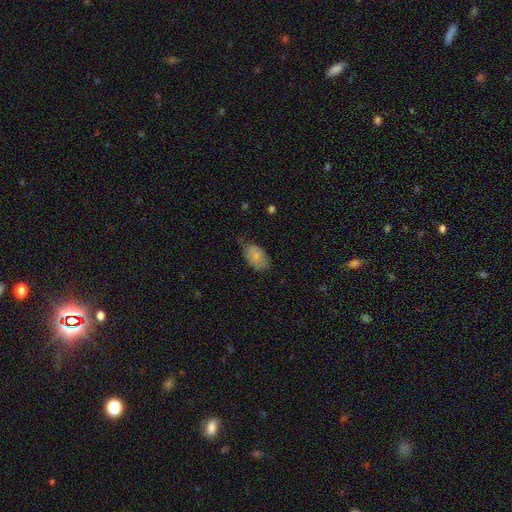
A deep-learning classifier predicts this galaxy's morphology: type=smooth (79%); roundness=in between (91%); merging=none (56%).